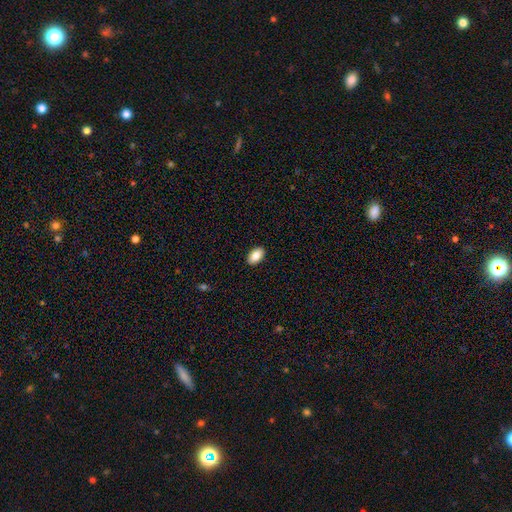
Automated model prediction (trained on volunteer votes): Morphology: type=smooth (87%); roundness=in between (93%); merging=none (91%).